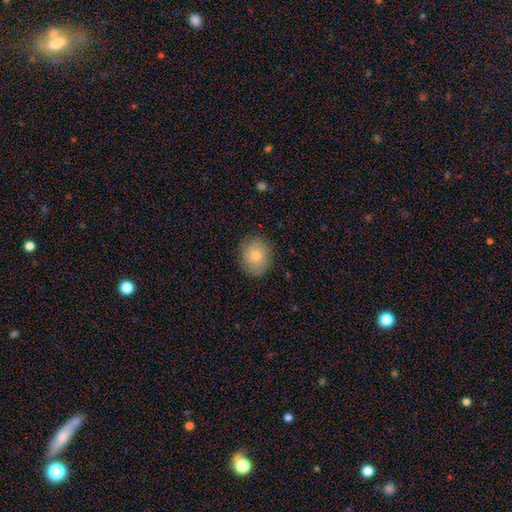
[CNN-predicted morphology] smooth_or_featured: smooth (p=0.79) [alt: featured or disk p=0.13]
how_rounded: round (p=0.72) [alt: in between p=0.27]
merging: none (p=0.86) [alt: minor disturbance p=0.10]